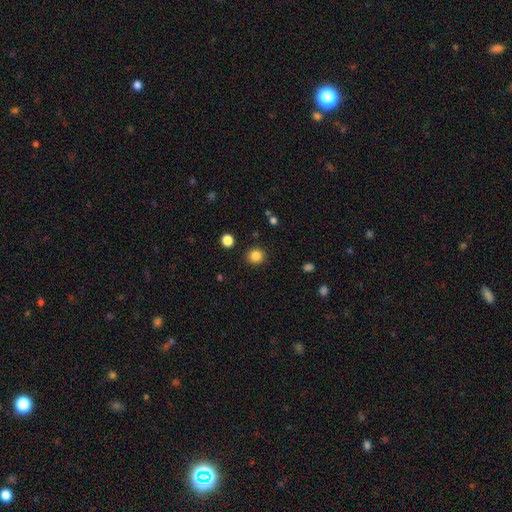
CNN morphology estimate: The model was most divided on "smooth or featured": smooth: 85%, star or artifact: 11%, featured or disk: 4%. More confident: how rounded — round (91%); merging — none (90%).